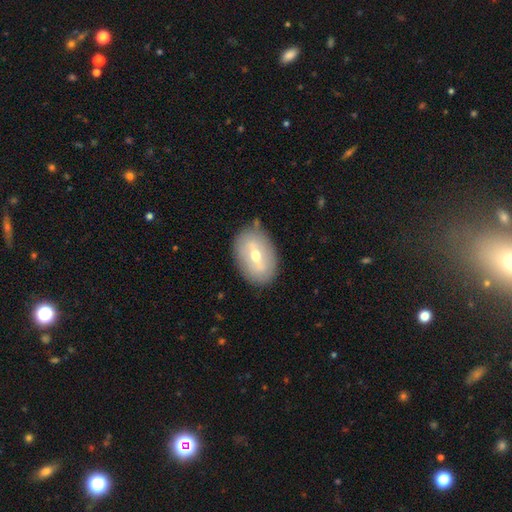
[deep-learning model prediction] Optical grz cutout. It shows a featured or disk galaxy (51%). Merging: none (82%).